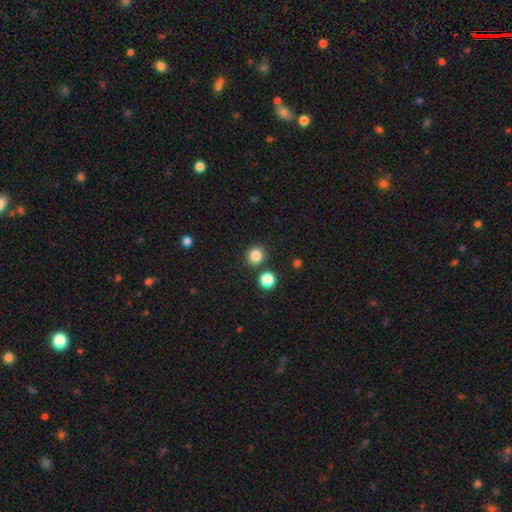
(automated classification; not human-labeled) smooth_or_featured: smooth (p=0.84) [alt: star or artifact p=0.12]
how_rounded: round (p=0.91) [alt: in between p=0.08]
merging: none (p=0.85) [alt: minor disturbance p=0.06]